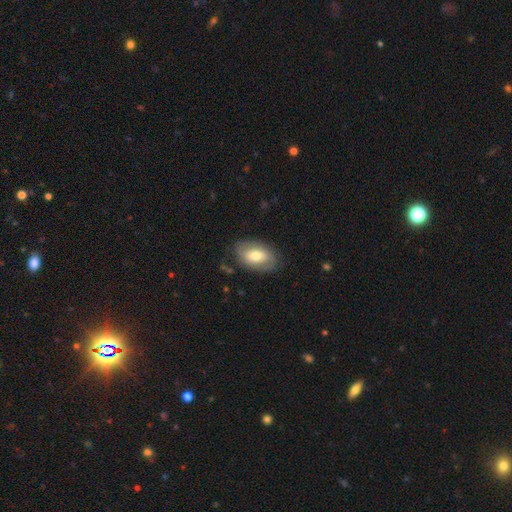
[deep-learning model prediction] Overall: smooth (53%; featured or disk 40%). How rounded: in between (89%). Merging: none (76%).